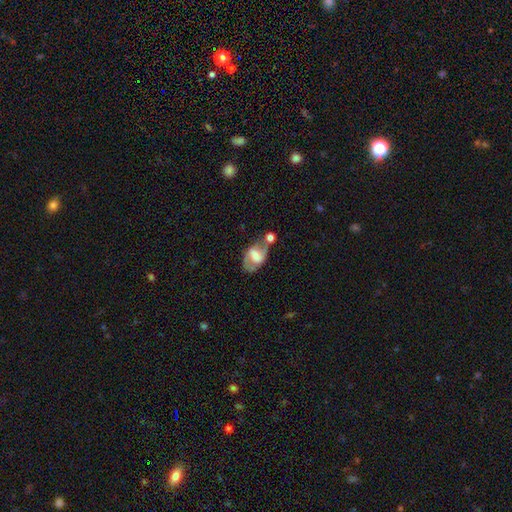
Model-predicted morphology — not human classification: Smooth or featured? Predicted: featured or disk (p=0.64). Edge-on disk? Predicted: no (p=0.95). Bar? Predicted: weak (p=0.44). Spiral arms? Predicted: yes (p=0.79). Bulge size? Predicted: moderate (p=0.38). Merging? Predicted: none (p=0.49).